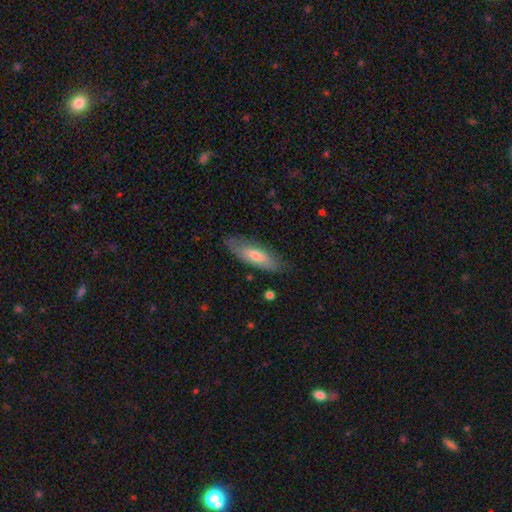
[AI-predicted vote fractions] Smooth or featured? smooth (62%)
How rounded? in between (54%)
Merging? none (74%)